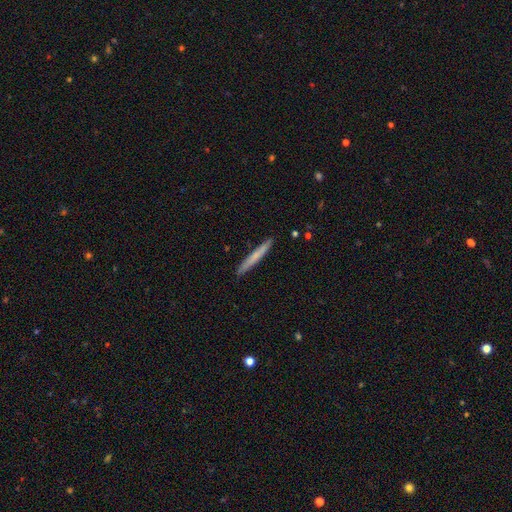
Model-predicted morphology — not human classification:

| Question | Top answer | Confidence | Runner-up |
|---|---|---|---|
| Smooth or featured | smooth | 63% | featured or disk (31%) |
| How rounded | cigar-shaped | 97% | in between (2%) |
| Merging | none | 90% | minor disturbance (7%) |